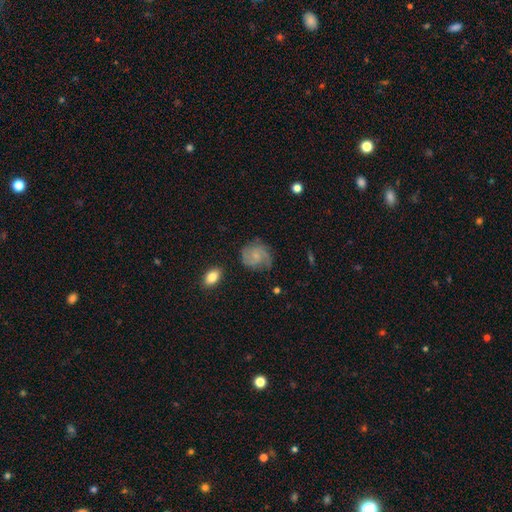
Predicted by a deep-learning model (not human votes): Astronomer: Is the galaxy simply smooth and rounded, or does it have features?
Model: featured or disk — 61%.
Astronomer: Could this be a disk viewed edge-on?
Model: no — 98%.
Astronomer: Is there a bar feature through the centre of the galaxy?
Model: no — 71%.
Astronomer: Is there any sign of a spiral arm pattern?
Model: yes — 91%.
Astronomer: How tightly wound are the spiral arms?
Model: medium — 43% (runner-up: tight, 39%).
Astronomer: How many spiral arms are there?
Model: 2 — 44% (runner-up: can't tell, 23%).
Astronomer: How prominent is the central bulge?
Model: small — 67%.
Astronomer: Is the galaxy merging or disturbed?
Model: none — 65%.